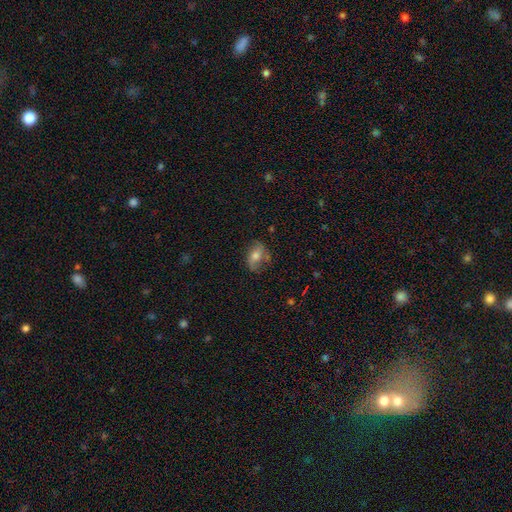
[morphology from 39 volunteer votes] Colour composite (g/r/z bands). It shows a featured or disk galaxy (59%) with no bar (68%), 2 (95%) loose (80%) spiral arms (91%) and a moderate central bulge (64%). Merging: none (63%).